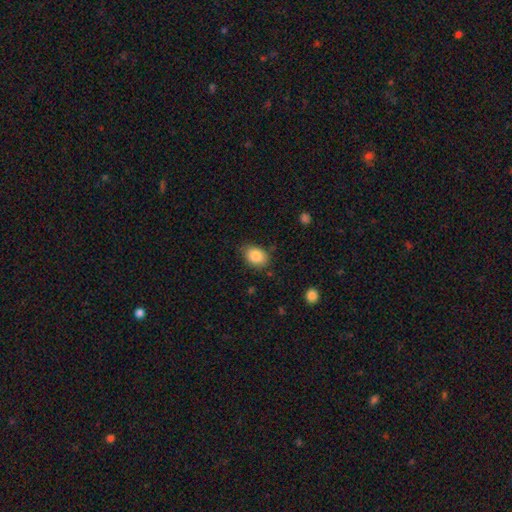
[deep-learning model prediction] smooth 87%, star or artifact 8%, featured or disk 5%. Down the decision tree: how rounded — in between (71%); merging — none (78%).